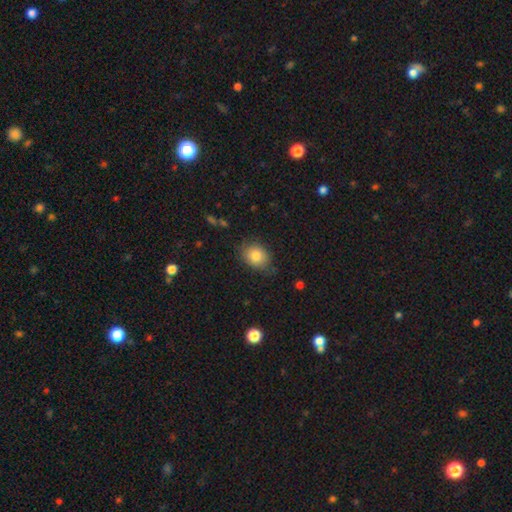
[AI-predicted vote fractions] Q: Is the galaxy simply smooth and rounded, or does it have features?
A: smooth — 81%.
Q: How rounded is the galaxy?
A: in between — 50%.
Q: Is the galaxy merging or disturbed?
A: none — 73%.